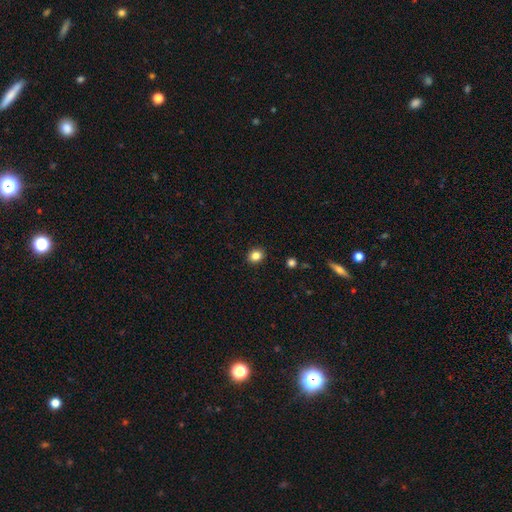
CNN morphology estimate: The model was most divided on "how rounded": round: 77%, in between: 23%, cigar-shaped: 1%. More confident: merging — none (91%); smooth or featured — smooth (84%).